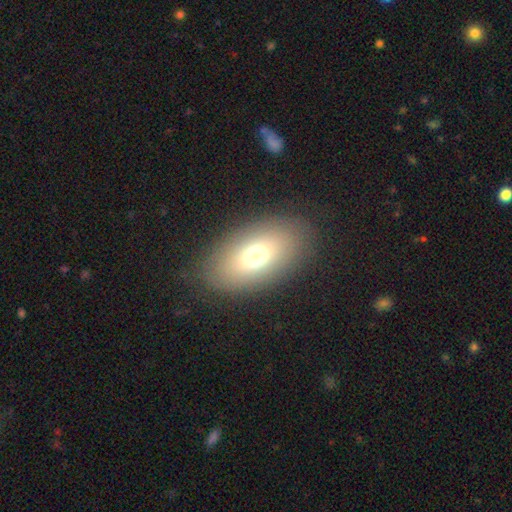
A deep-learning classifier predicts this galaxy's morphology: A smooth galaxy with no disk features (68%) that is in between round and cigar-shaped (87%).

Vote fractions:
- Smooth or featured? smooth: 68% / featured or disk: 19% / star or artifact: 12%
- How rounded? in between: 87% / round: 10% / cigar-shaped: 2%
- Merging? none: 84% / minor disturbance: 9% / major disturbance: 5% / merger: 1%